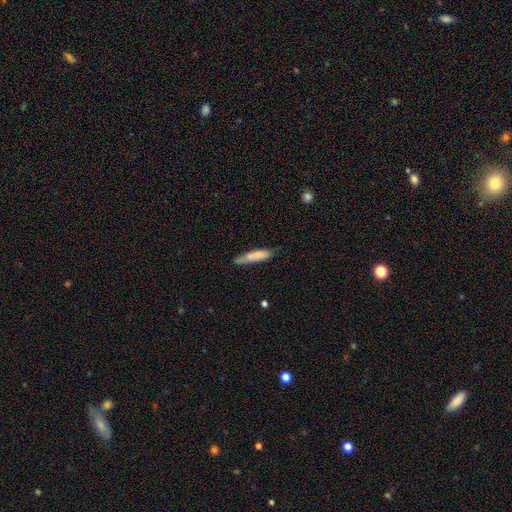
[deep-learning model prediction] smooth 76%, featured or disk 18%, star or artifact 6%. Down the decision tree: how rounded — cigar-shaped (81%); merging — none (64%).